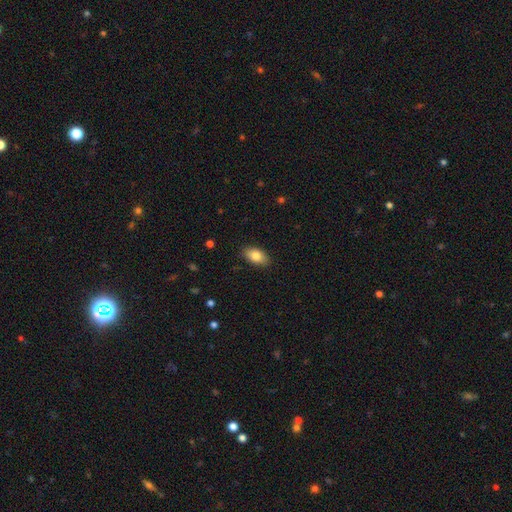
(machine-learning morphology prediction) Smooth or featured?
  - smooth: 84% *
  - featured or disk: 9%
  - star or artifact: 7%
How rounded?
  - in between: 92% *
  - round: 5%
  - cigar-shaped: 3%
Merging?
  - none: 87% *
  - minor disturbance: 10%
  - major disturbance: 2%
  - merger: 1%